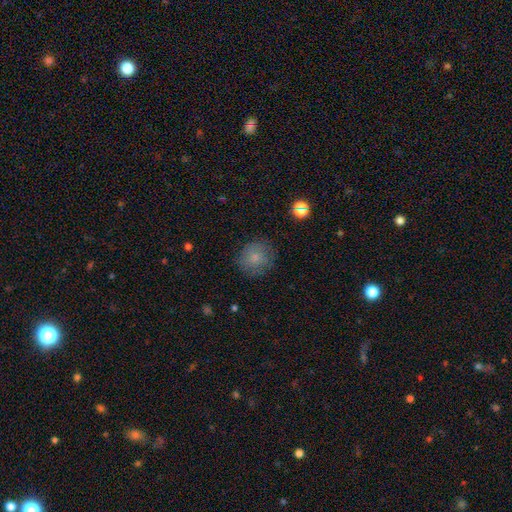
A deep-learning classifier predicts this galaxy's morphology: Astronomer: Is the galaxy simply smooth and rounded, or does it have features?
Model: smooth — 76%.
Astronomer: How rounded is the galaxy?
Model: round — 86%.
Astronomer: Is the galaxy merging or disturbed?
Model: none — 81%.